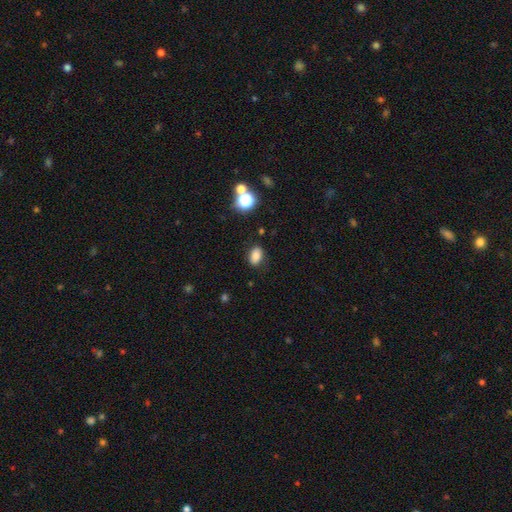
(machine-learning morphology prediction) Smooth or featured?
  - smooth: 79% *
  - star or artifact: 12%
  - featured or disk: 9%
How rounded?
  - in between: 79% *
  - round: 20%
  - cigar-shaped: 1%
Merging?
  - none: 83% *
  - minor disturbance: 12%
  - major disturbance: 3%
  - merger: 2%